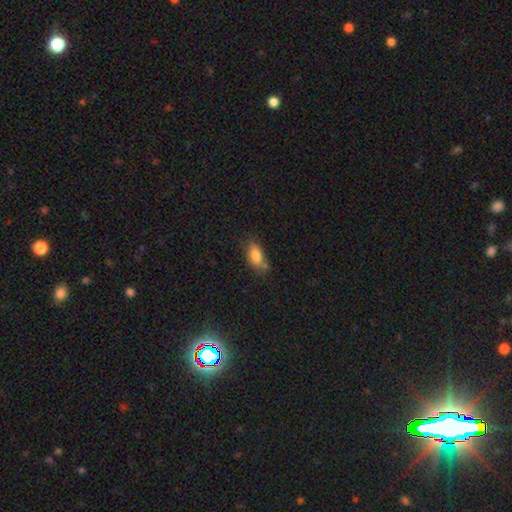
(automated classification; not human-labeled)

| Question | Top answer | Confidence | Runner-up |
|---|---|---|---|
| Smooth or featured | smooth | 80% | featured or disk (12%) |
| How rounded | in between | 86% | cigar-shaped (8%) |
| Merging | none | 57% | minor disturbance (26%) |